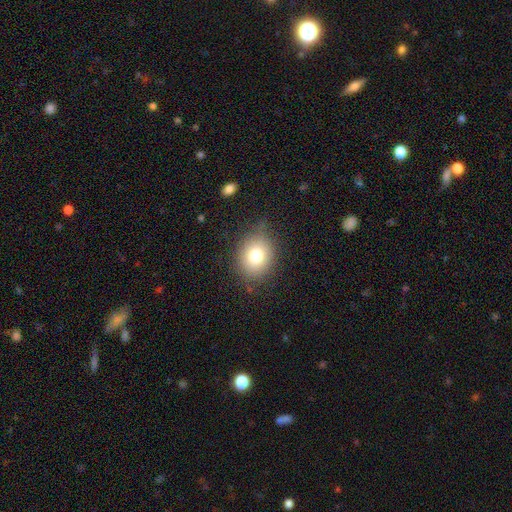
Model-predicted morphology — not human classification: smooth_or_featured: smooth (p=0.77) [alt: star or artifact p=0.12]
how_rounded: round (p=0.61) [alt: in between p=0.38]
merging: none (p=0.78) [alt: minor disturbance p=0.16]